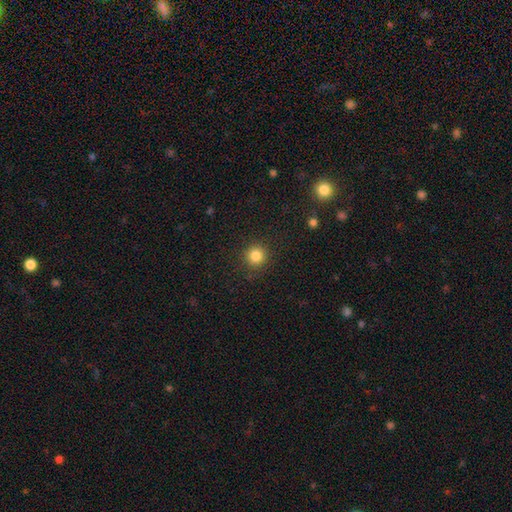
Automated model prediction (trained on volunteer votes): This appears to be a smooth galaxy with no disk features (83%) that is round (94%). Merging: none (90%).